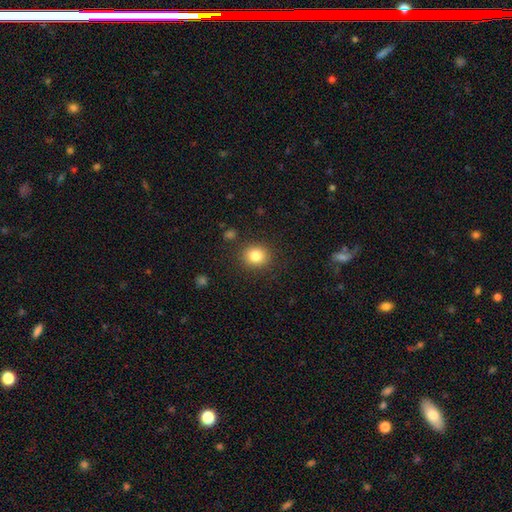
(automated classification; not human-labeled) Q: Smooth or featured?
A: smooth (83%); runner-up: star or artifact (11%)
Q: How rounded?
A: round (78%); runner-up: in between (21%)
Q: Merging?
A: none (88%); runner-up: minor disturbance (8%)